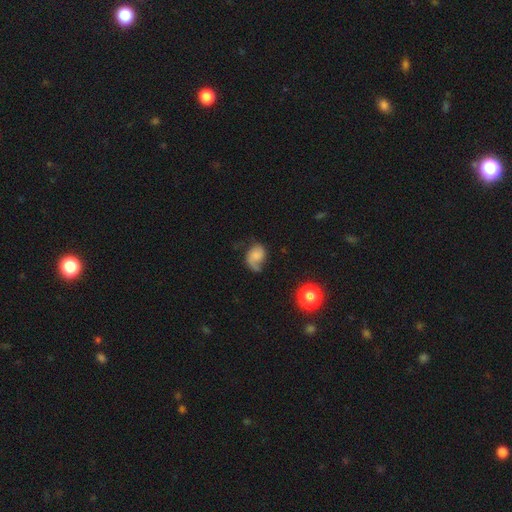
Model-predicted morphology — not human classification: A featured or disk galaxy (51%). Merging: none (45%).